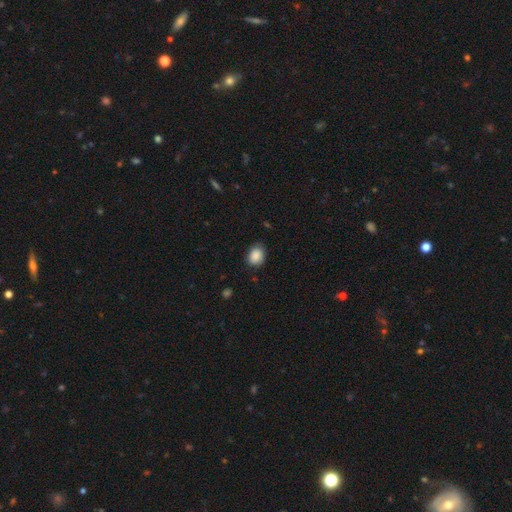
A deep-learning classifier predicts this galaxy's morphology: Smooth or featured? smooth (88%)
How rounded? in between (56%)
Merging? none (78%)